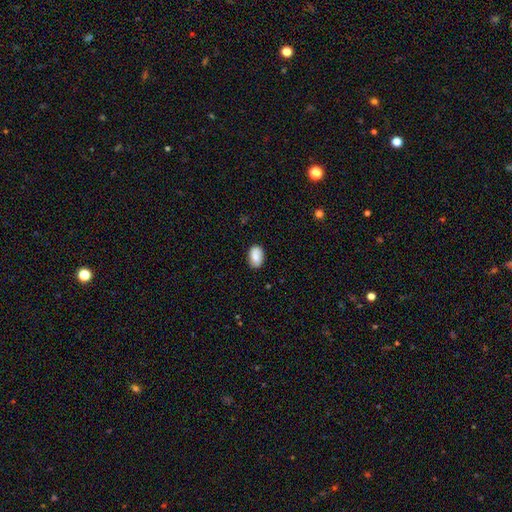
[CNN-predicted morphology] Q: Smooth or featured?
A: smooth (85%); runner-up: featured or disk (8%)
Q: How rounded?
A: in between (88%); runner-up: round (11%)
Q: Merging?
A: none (86%); runner-up: minor disturbance (11%)